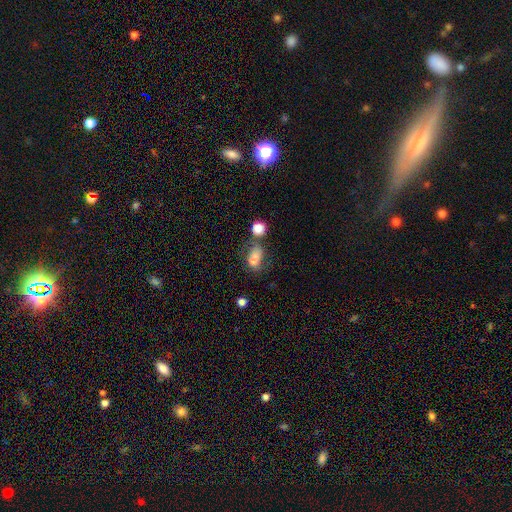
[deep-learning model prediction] A smooth galaxy with no disk features (73%) that is in between round and cigar-shaped (80%).

Vote fractions:
- Smooth or featured? smooth: 73% / featured or disk: 15% / star or artifact: 12%
- How rounded? in between: 80% / round: 17% / cigar-shaped: 3%
- Merging? none: 32% / merger: 29% / minor disturbance: 21% / major disturbance: 18%